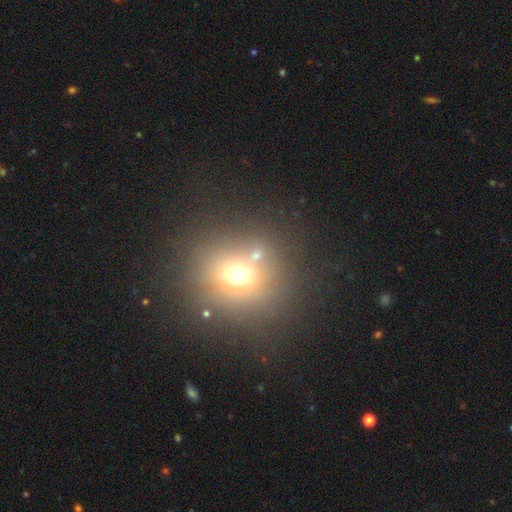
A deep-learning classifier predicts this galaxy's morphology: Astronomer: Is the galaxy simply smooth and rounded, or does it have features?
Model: smooth — 63%.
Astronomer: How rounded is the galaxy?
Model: round — 80%.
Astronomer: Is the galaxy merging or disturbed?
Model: none — 68%.